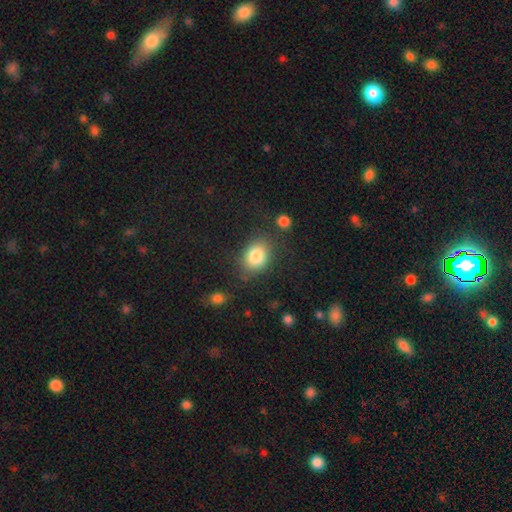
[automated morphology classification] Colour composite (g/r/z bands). It shows a smooth galaxy with no disk features (83%) that is in between round and cigar-shaped (62%). Merging: none (76%).